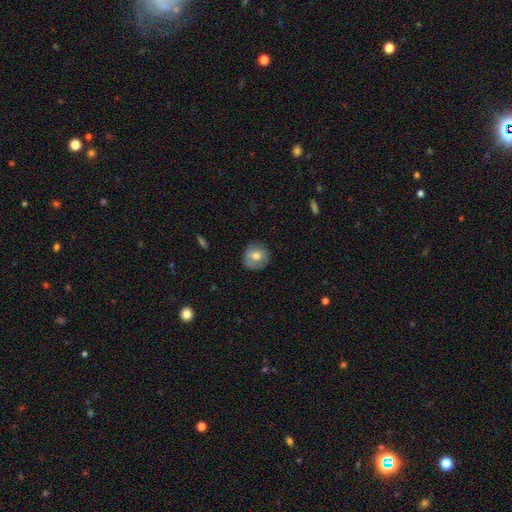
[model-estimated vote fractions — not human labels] A smooth galaxy with no disk features (70%) that is round (89%).

Vote fractions:
- Smooth or featured? smooth: 70% / featured or disk: 22% / star or artifact: 8%
- How rounded? round: 89% / in between: 10% / cigar-shaped: 1%
- Merging? none: 80% / minor disturbance: 15% / major disturbance: 3% / merger: 1%